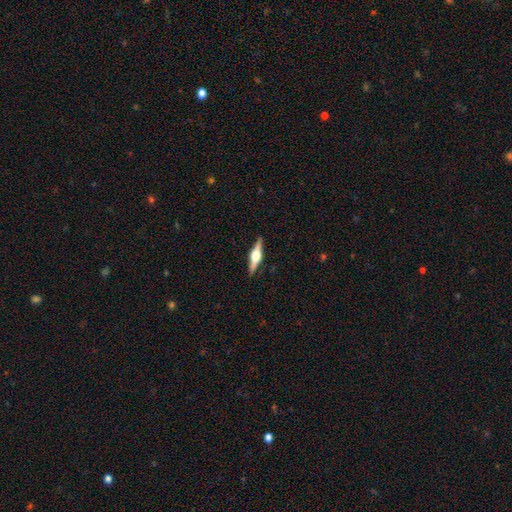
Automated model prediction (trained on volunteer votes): Morphology: type=featured or disk (77%); edge-on=yes (98%); edge-on bulge=rounded (93%); merging=none (90%).